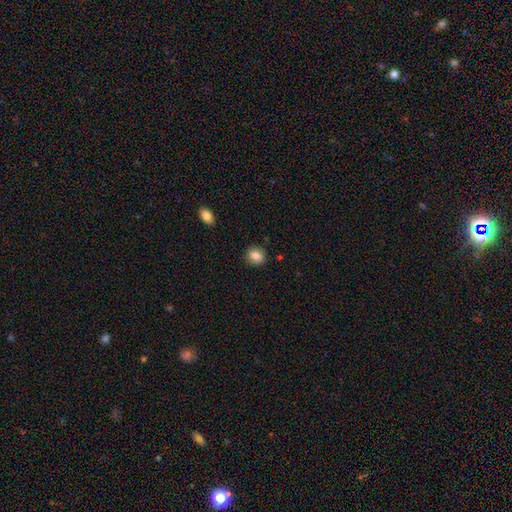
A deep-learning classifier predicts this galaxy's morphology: Smooth or featured: smooth — 83% (star or artifact — 9%)
How rounded: round — 72% (in between — 27%)
Merging: none — 87% (minor disturbance — 10%)